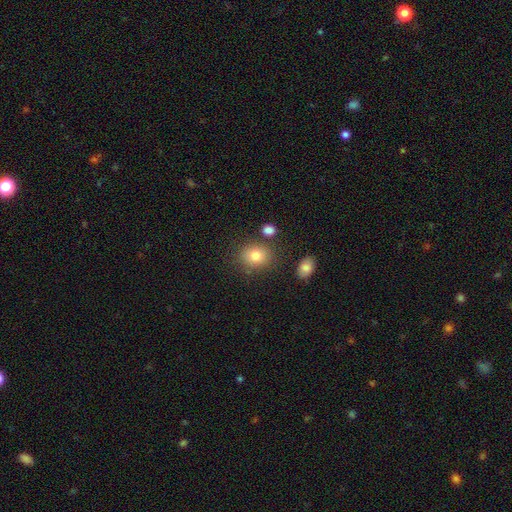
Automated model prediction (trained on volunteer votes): A smooth galaxy with no disk features (80%) that is round (63%).

Vote fractions:
- Smooth or featured? smooth: 80% / star or artifact: 11% / featured or disk: 9%
- How rounded? round: 63% / in between: 36% / cigar-shaped: 1%
- Merging? none: 78% / minor disturbance: 12% / merger: 7% / major disturbance: 4%